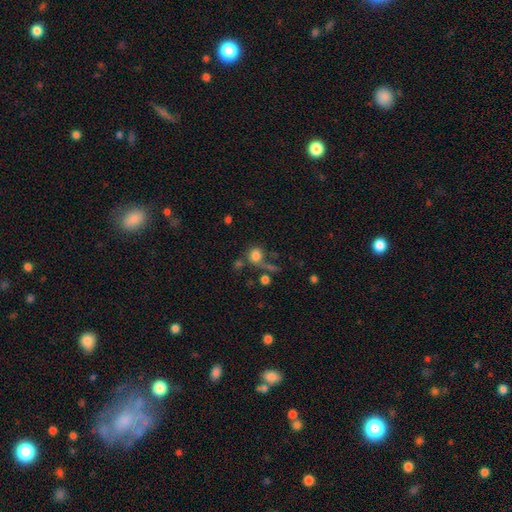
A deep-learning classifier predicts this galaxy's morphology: The model was most divided on "merging": none: 49%, merger: 21%, major disturbance: 15%, minor disturbance: 15%. More confident: smooth or featured — smooth (78%); how rounded — round (69%).